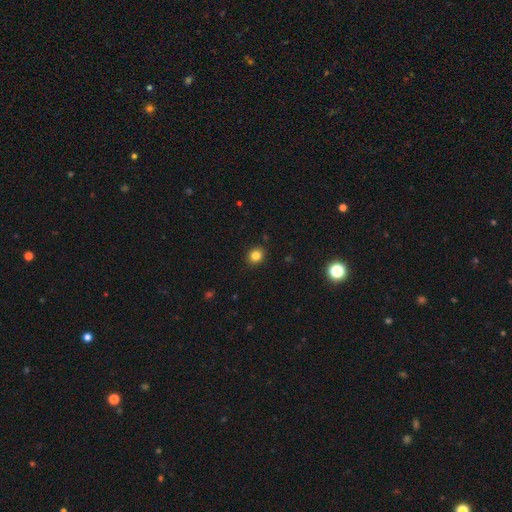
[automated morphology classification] Q: Smooth or featured?
A: smooth (83%); runner-up: star or artifact (12%)
Q: How rounded?
A: round (76%); runner-up: in between (23%)
Q: Merging?
A: none (90%); runner-up: minor disturbance (7%)